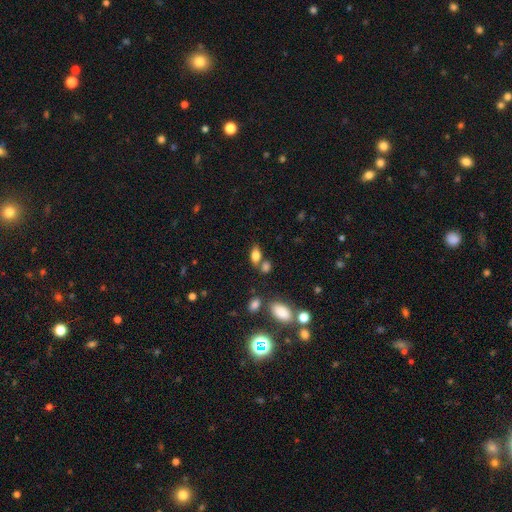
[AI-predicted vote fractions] Overall: smooth (78%). How rounded: in between (84%). Merging: none (57%; merger 23%).